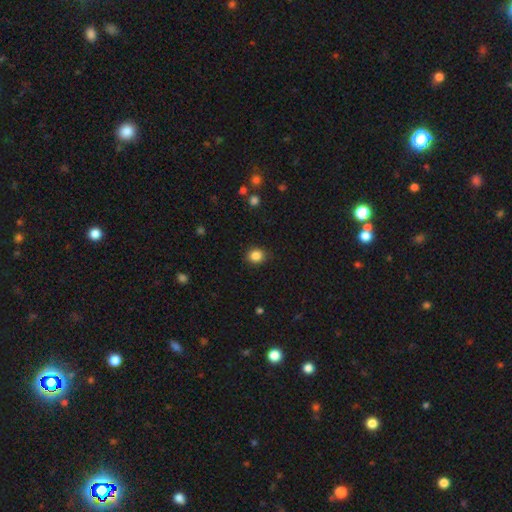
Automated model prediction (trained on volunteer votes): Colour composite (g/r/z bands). It shows a smooth galaxy with no disk features (85%) that is round (78%). Merging: none (89%).